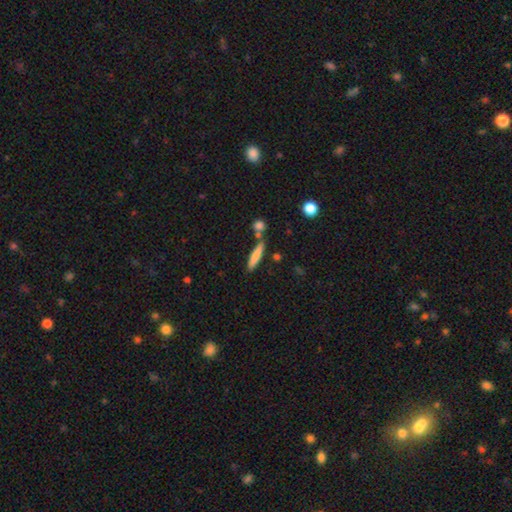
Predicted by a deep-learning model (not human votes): This is likely a smooth galaxy (74%). How rounded: clearly cigar-shaped (87%). Merging: likely none (75%).